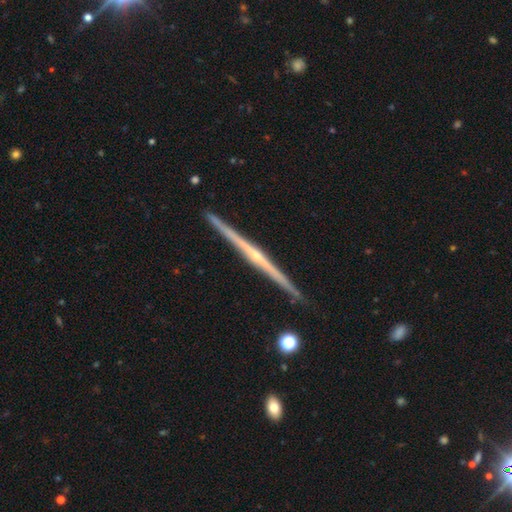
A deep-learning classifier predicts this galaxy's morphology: The model was most divided on "edge-on bulge": rounded: 62%, none: 32%, boxy: 6%. More confident: edge-on disk — yes (99%); merging — none (92%); smooth or featured — featured or disk (84%).